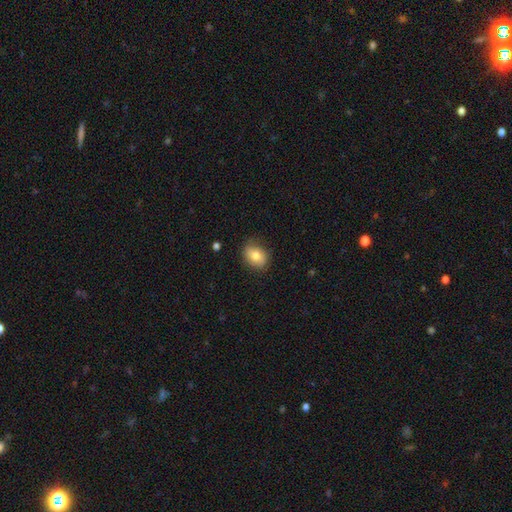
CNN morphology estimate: This is likely a smooth galaxy (74%). How rounded: likely in between (63%). Merging: likely none (77%).